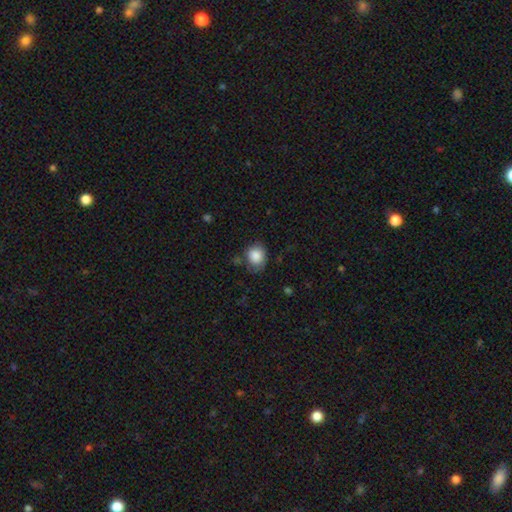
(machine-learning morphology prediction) type=smooth (86%); roundness=round (63%); merging=none (60%).